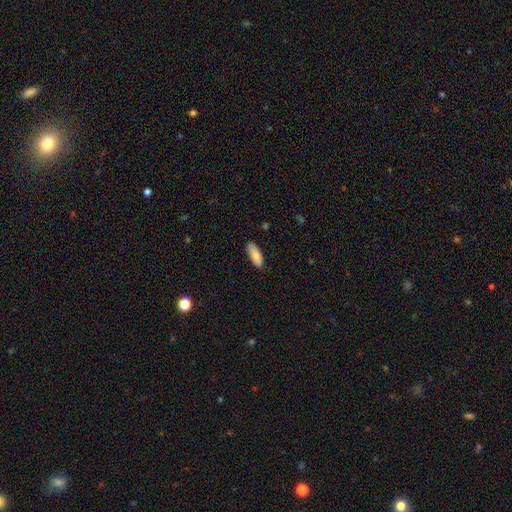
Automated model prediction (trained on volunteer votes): A smooth galaxy with no disk features (81%) that is in between round and cigar-shaped (81%).

Vote fractions:
- Smooth or featured? smooth: 81% / featured or disk: 13% / star or artifact: 6%
- How rounded? in between: 81% / cigar-shaped: 17% / round: 2%
- Merging? none: 84% / minor disturbance: 12% / major disturbance: 2% / merger: 1%